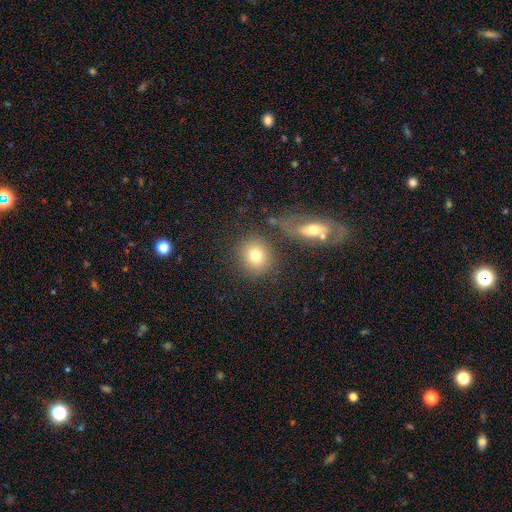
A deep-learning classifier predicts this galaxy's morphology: Smooth or featured? smooth (76%)
How rounded? round (81%)
Merging? none (72%)